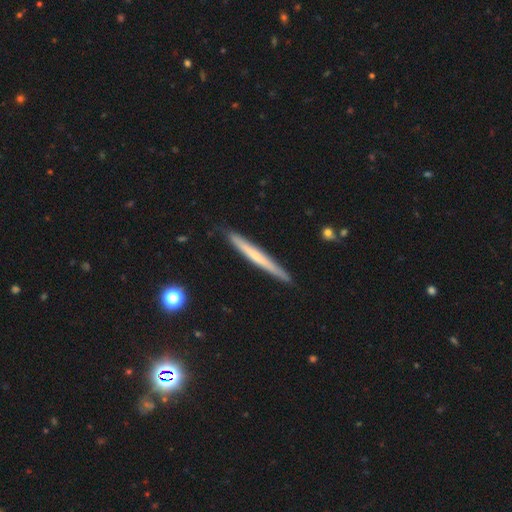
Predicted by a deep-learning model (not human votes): Smooth or featured? featured or disk (52%)
Edge-on disk? yes (96%)
Edge-on bulge? none (64%)
Merging? none (90%)